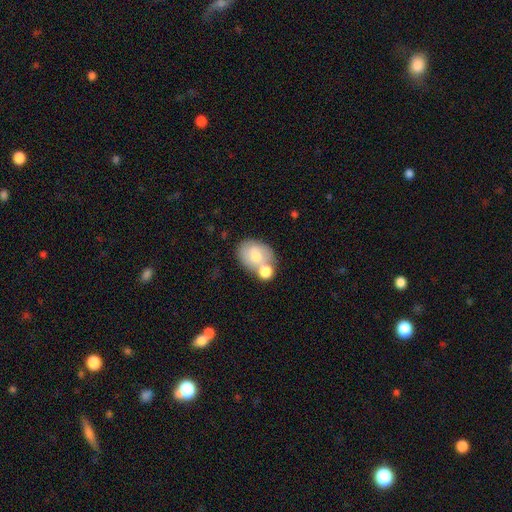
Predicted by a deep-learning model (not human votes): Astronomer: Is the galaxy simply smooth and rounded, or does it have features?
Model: smooth — 72%.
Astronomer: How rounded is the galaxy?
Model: in between — 65%.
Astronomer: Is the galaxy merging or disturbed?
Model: none — 44% (runner-up: merger, 37%).